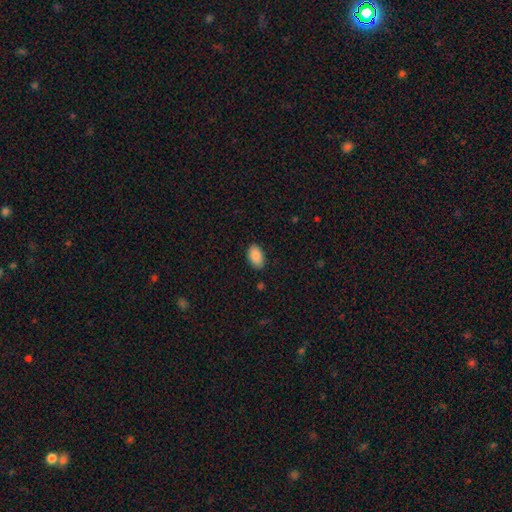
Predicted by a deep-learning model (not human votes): This is clearly a smooth galaxy (90%). How rounded: clearly in between (93%). Merging: clearly none (85%).